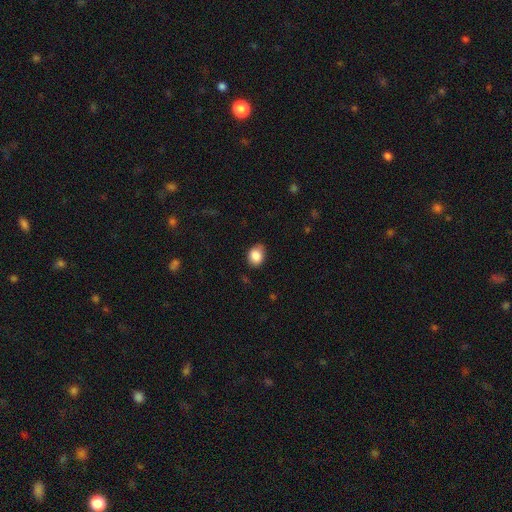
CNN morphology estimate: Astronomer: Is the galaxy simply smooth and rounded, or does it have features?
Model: smooth — 86%.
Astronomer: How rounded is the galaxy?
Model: in between — 50%, tied with round at 50%.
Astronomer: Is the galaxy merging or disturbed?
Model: none — 73%.